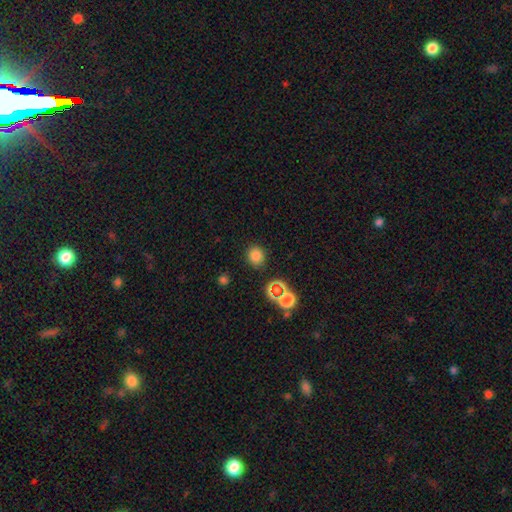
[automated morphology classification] This appears to be a smooth galaxy with no disk features (79%) that is round (77%). Merging: none (87%).